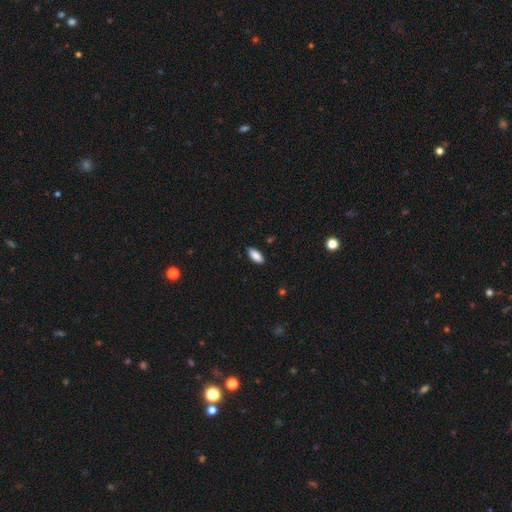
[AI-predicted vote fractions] Smooth or featured: smooth — 88% (star or artifact — 7%)
How rounded: in between — 85% (cigar-shaped — 13%)
Merging: none — 88% (minor disturbance — 9%)